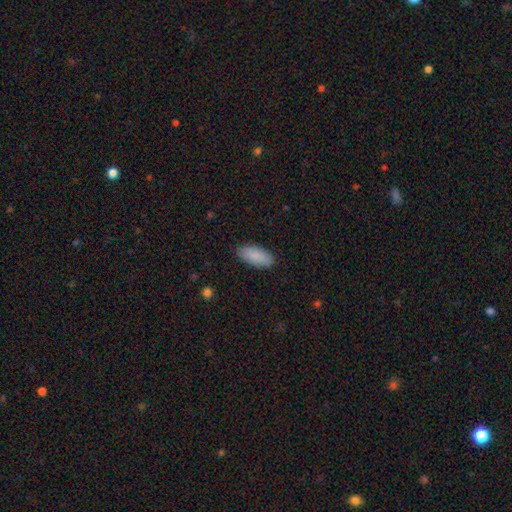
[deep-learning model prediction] The model was most divided on "how rounded": in between: 88%, cigar-shaped: 11%, round: 2%. More confident: smooth or featured — smooth (89%); merging — none (88%).